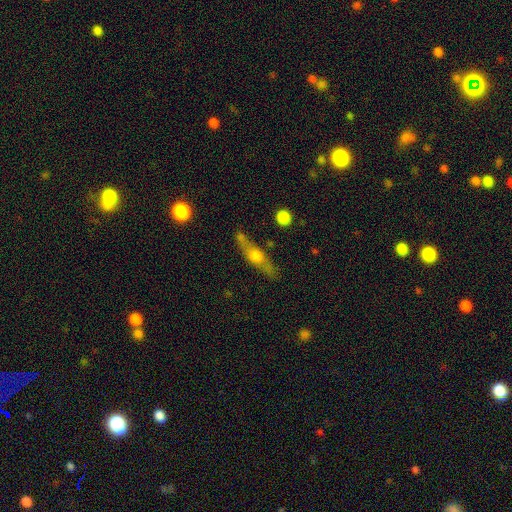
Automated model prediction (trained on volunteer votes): smooth_or_featured: featured or disk (p=0.54) [alt: smooth p=0.39]
disk_edge_on: yes (p=0.83) [alt: no p=0.17]
merging: none (p=0.73) [alt: minor disturbance p=0.16]